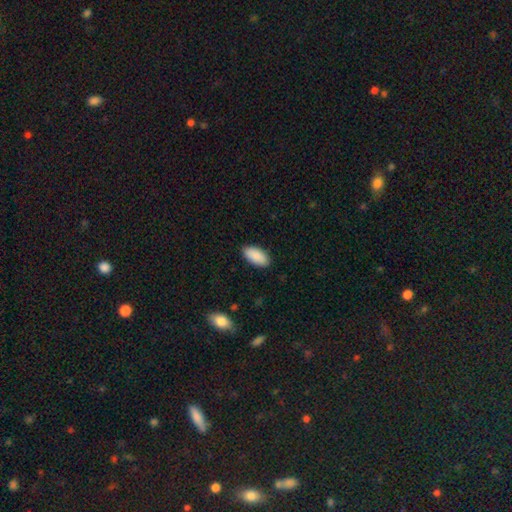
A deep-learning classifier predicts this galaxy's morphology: This is clearly a smooth galaxy (91%). How rounded: clearly in between (94%). Merging: clearly none (88%).